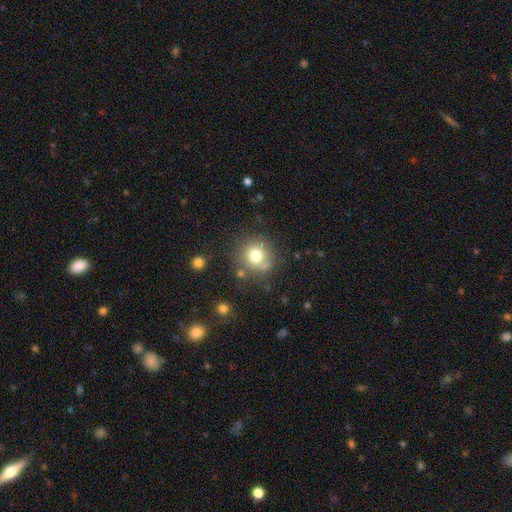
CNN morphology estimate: The model was most divided on "merging": none: 71%, minor disturbance: 16%, merger: 7%, major disturbance: 6%. More confident: how rounded — round (89%); smooth or featured — smooth (75%).